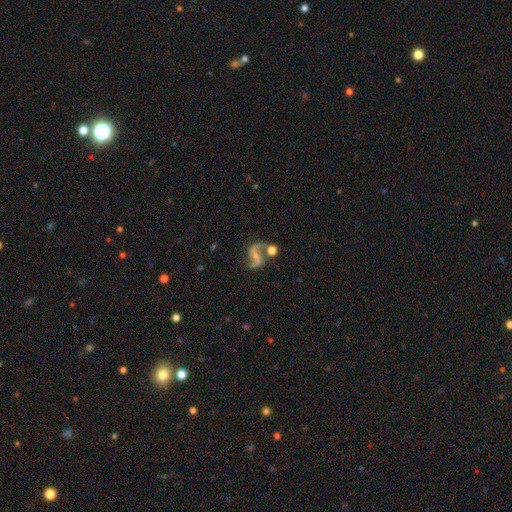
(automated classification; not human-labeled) Smooth or featured? featured or disk (86%)
Edge-on disk? no (98%)
Bar? weak (39%)
Spiral arms? yes (96%)
Spiral winding? loose (66%)
Spiral arm count? 2 (92%)
Bulge size? small (55%)
Merging? none (64%)